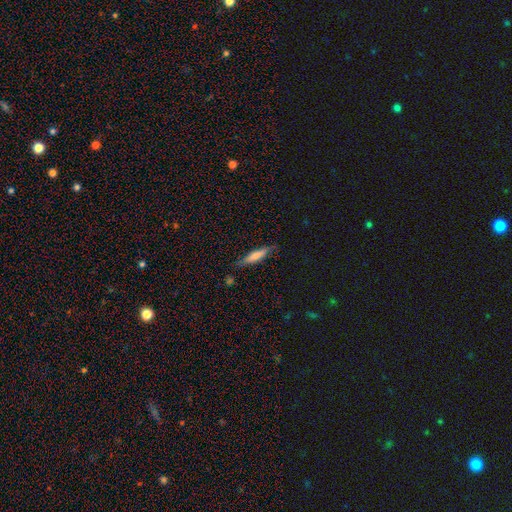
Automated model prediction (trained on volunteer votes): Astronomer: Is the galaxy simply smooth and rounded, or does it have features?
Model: smooth — 66%.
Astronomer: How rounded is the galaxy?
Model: cigar-shaped — 78%.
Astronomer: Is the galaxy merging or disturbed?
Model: none — 79%.